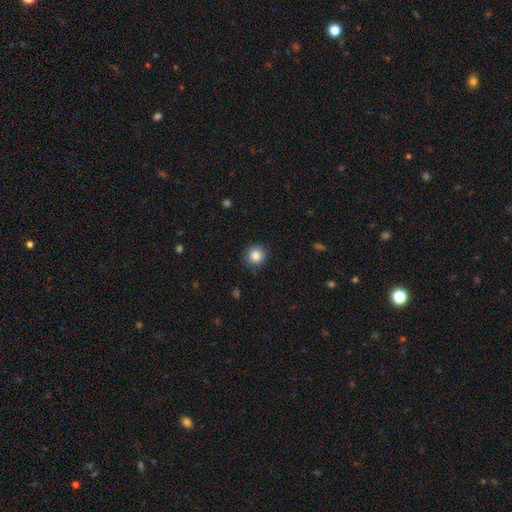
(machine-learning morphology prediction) Smooth or featured: smooth — 84% (star or artifact — 10%)
How rounded: round — 93% (in between — 6%)
Merging: none — 89% (minor disturbance — 8%)